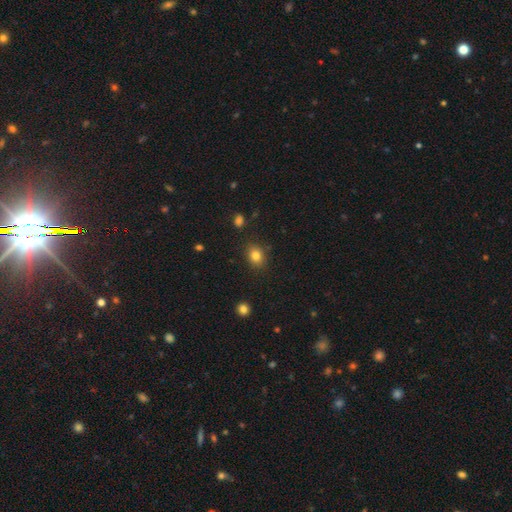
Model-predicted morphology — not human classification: smooth-or-featured: smooth: 81% | star or artifact: 11% | featured or disk: 7%
  how-rounded: in between: 50% | round: 49% | cigar-shaped: 1%
  merging: none: 85% | minor disturbance: 11% | major disturbance: 3% | merger: 2%